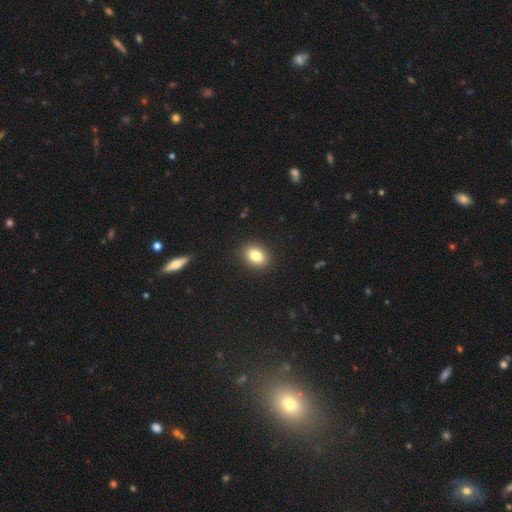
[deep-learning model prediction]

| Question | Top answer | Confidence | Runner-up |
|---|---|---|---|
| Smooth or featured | smooth | 82% | star or artifact (10%) |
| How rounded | in between | 69% | round (30%) |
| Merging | none | 89% | minor disturbance (8%) |